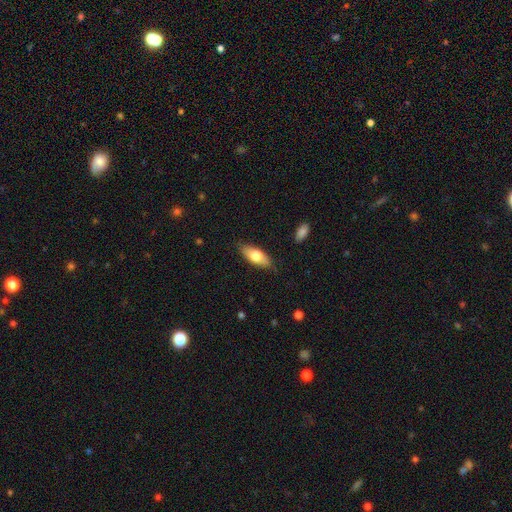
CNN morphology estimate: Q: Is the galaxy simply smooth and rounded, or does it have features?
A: smooth — 73%.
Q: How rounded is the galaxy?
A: in between — 78%.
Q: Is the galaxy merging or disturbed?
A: none — 83%.